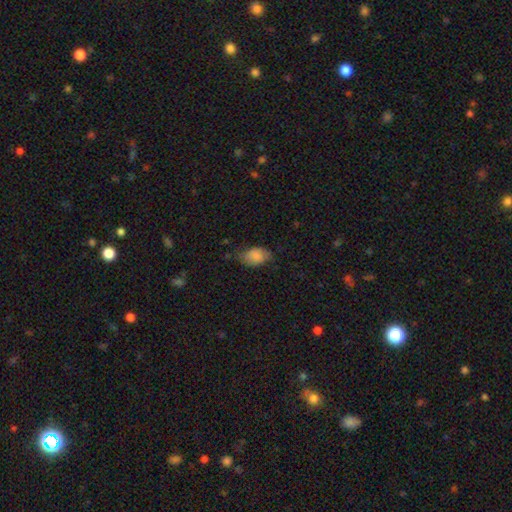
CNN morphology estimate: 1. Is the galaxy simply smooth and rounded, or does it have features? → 83% smooth, 9% featured or disk, 8% star or artifact.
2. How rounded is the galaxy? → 89% in between, 9% round, 2% cigar-shaped.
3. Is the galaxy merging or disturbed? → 61% none, 30% minor disturbance, 8% major disturbance, 2% merger.